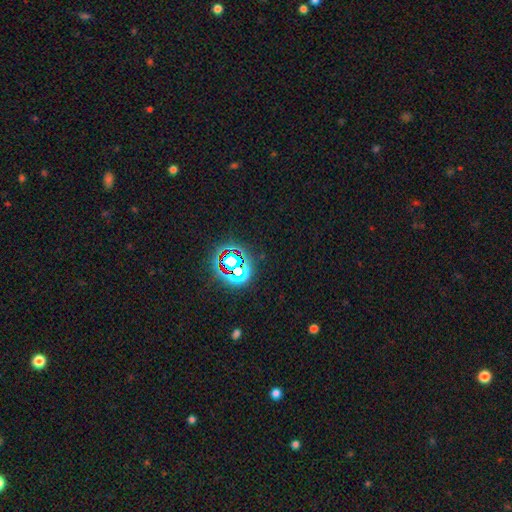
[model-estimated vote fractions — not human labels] smooth-or-featured: star or artifact: 80% | smooth: 12% | featured or disk: 8%